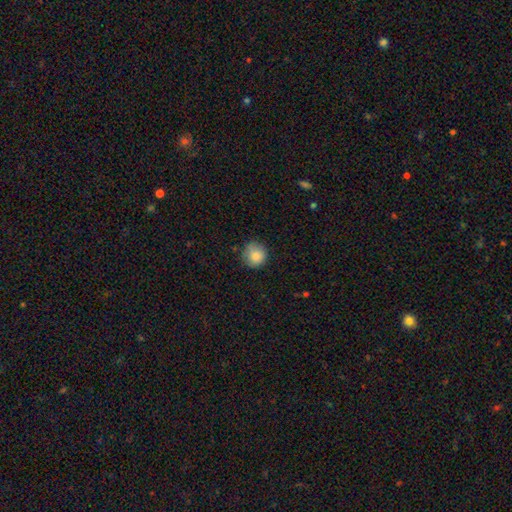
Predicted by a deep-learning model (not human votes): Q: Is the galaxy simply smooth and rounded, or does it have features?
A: smooth — 85%.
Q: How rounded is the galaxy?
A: round — 91%.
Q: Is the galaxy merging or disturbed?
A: none — 77%.